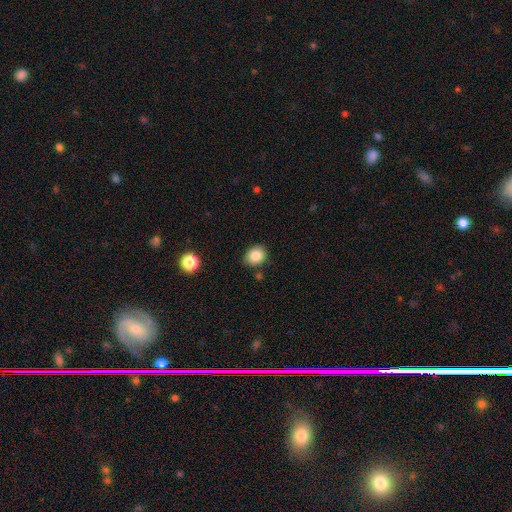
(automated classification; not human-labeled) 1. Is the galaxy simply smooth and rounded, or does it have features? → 85% smooth, 10% star or artifact, 6% featured or disk.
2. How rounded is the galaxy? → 61% round, 38% in between, 1% cigar-shaped.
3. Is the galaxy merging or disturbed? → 80% none, 14% minor disturbance, 3% merger, 3% major disturbance.